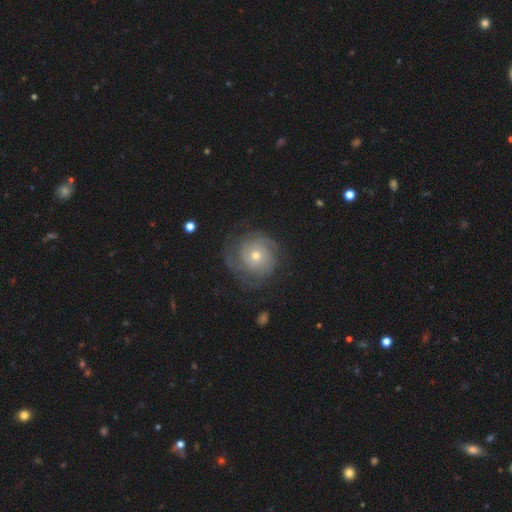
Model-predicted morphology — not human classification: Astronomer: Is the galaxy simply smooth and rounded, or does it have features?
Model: featured or disk — 81%.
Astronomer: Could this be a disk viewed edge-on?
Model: no — 98%.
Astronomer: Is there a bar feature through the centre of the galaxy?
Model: no — 80%.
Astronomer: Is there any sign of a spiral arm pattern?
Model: yes — 94%.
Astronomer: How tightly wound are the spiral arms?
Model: tight — 67%.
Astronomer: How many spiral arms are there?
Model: can't tell — 30% (runner-up: 3, 26%).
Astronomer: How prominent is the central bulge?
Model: small — 54% (runner-up: moderate, 42%).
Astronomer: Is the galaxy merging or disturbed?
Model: none — 74%.